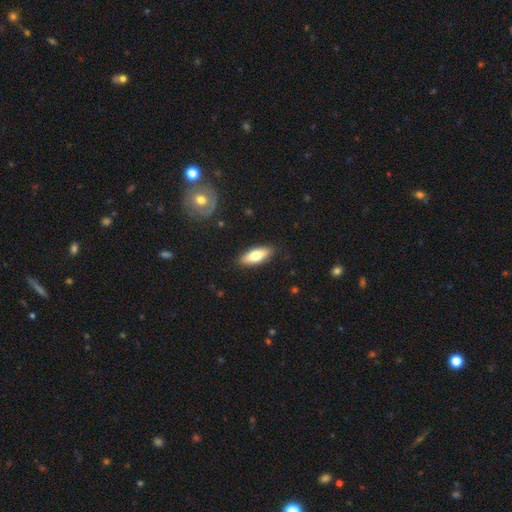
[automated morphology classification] smooth-or-featured: smooth: 69% | featured or disk: 25% | star or artifact: 6%
  how-rounded: in between: 68% | cigar-shaped: 30% | round: 2%
  merging: none: 88% | minor disturbance: 9% | major disturbance: 2% | merger: 1%